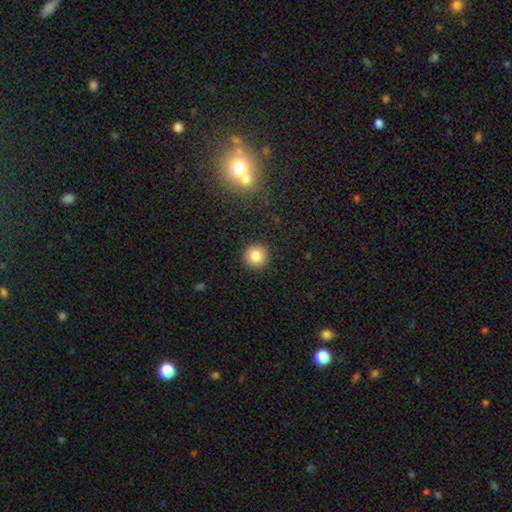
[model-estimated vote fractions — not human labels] This is clearly a smooth galaxy (84%). How rounded: clearly round (94%). Merging: clearly none (92%).